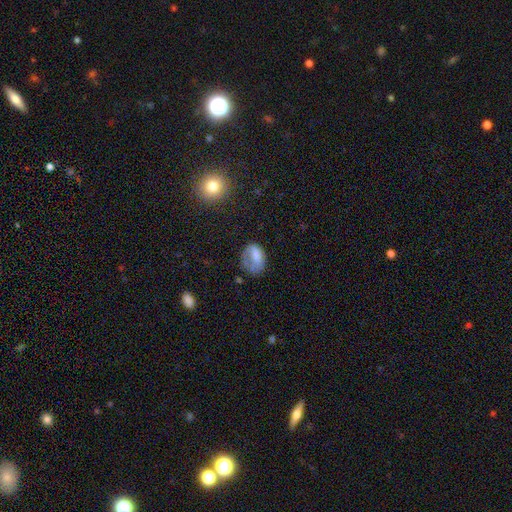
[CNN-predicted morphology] This is likely a smooth galaxy (65%). How rounded: likely in between (76%). Merging: marginally none (37%).